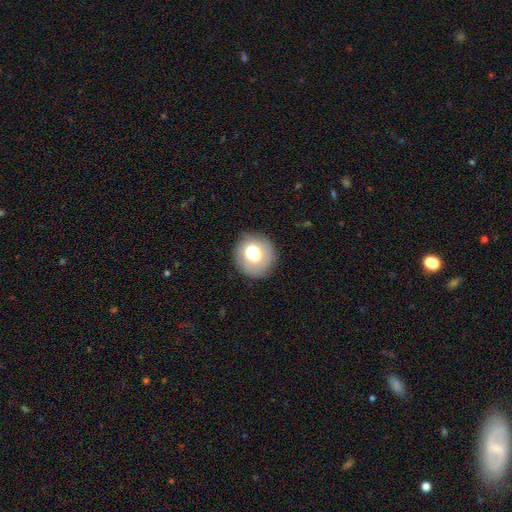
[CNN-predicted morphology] The model was most divided on "smooth or featured": smooth: 65%, featured or disk: 22%, star or artifact: 14%. More confident: how rounded — round (88%); merging — none (81%).